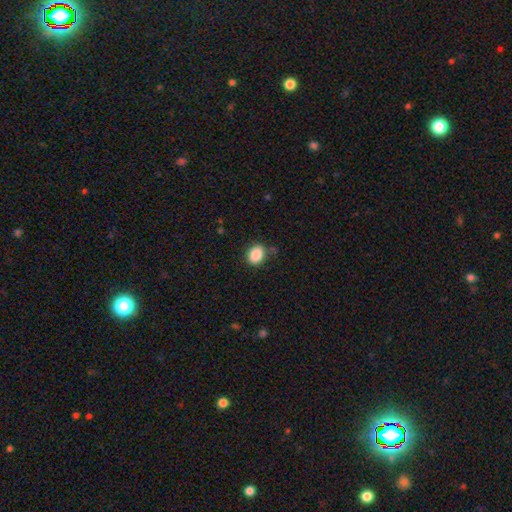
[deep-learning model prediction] Smooth or featured? smooth (88%)
How rounded? in between (64%)
Merging? none (78%)